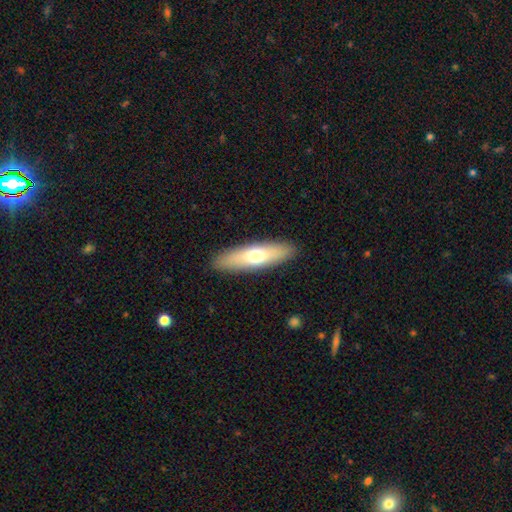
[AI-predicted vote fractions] Q: Smooth or featured?
A: smooth (61%); runner-up: featured or disk (33%)
Q: How rounded?
A: cigar-shaped (58%); runner-up: in between (40%)
Q: Merging?
A: none (90%); runner-up: minor disturbance (7%)